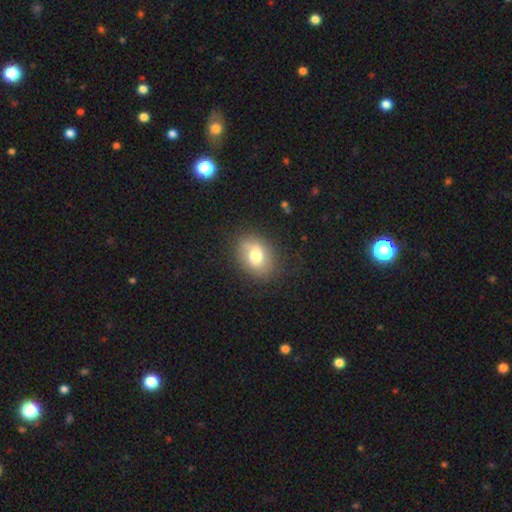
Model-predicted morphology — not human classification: Smooth or featured: smooth — 69% (featured or disk — 22%)
How rounded: in between — 59% (round — 40%)
Merging: none — 77% (minor disturbance — 16%)